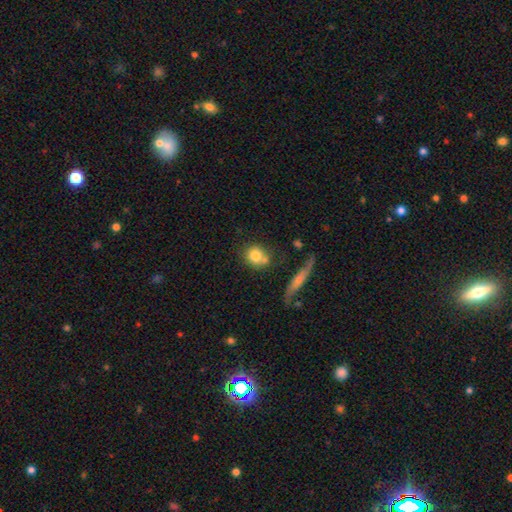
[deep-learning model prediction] This is likely a smooth galaxy (77%). How rounded: clearly round (81%). Merging: possibly none (57%).